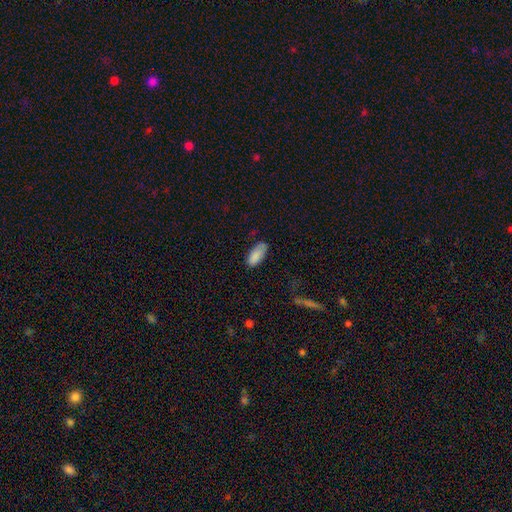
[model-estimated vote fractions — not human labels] Morphology: type=smooth (87%); roundness=in between (89%); merging=none (67%).